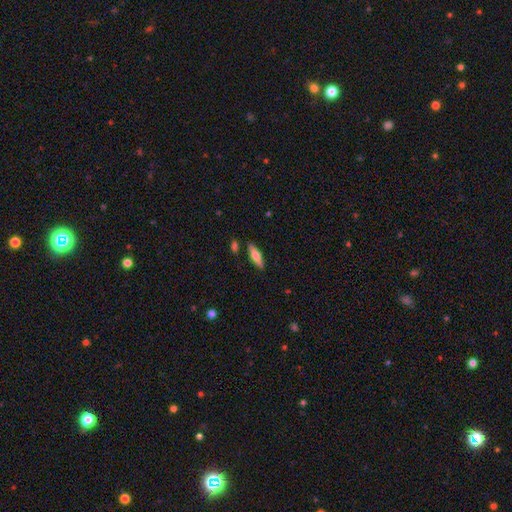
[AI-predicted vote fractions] smooth 54%, featured or disk 39%, star or artifact 6%. Down the decision tree: how rounded — cigar-shaped (60%); merging — none (86%).